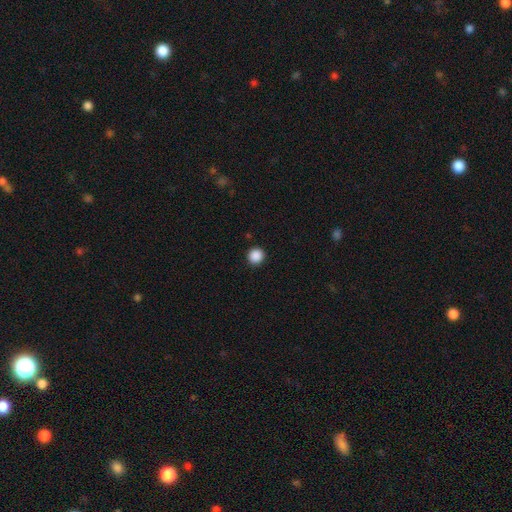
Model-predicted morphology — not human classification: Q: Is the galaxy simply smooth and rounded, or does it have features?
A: smooth — 88%.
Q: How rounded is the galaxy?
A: round — 95%.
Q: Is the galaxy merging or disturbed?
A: none — 93%.